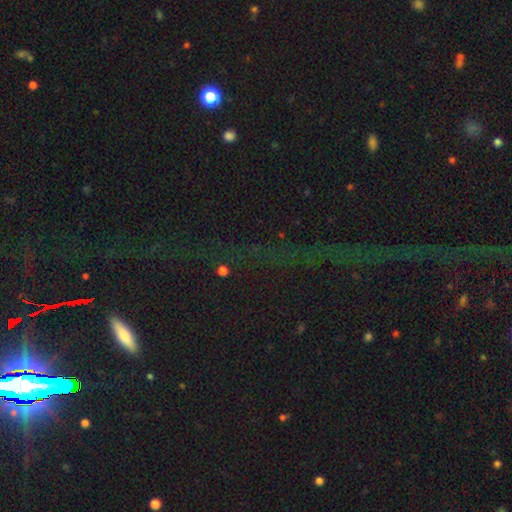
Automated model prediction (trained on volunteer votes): Morphology: type=star or artifact (62%).